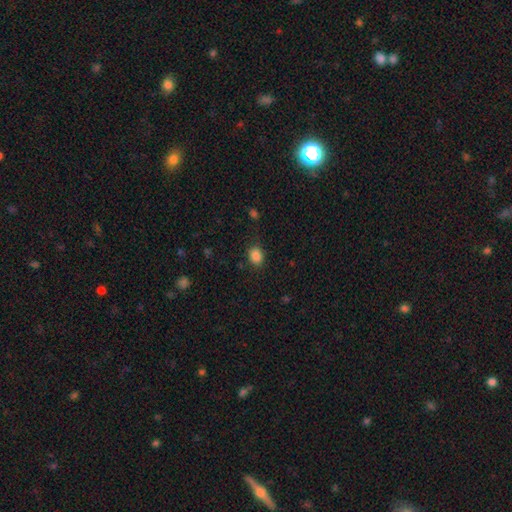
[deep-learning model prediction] Q: Smooth or featured?
A: smooth (86%); runner-up: star or artifact (10%)
Q: How rounded?
A: in between (54%); runner-up: round (45%)
Q: Merging?
A: none (82%); runner-up: minor disturbance (13%)